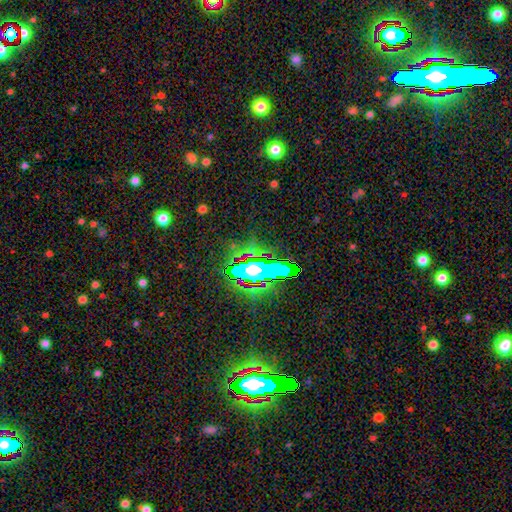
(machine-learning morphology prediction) A star or artifact, not a galaxy (80%).

Vote fractions:
- Smooth or featured? star or artifact: 80% / smooth: 10% / featured or disk: 9%